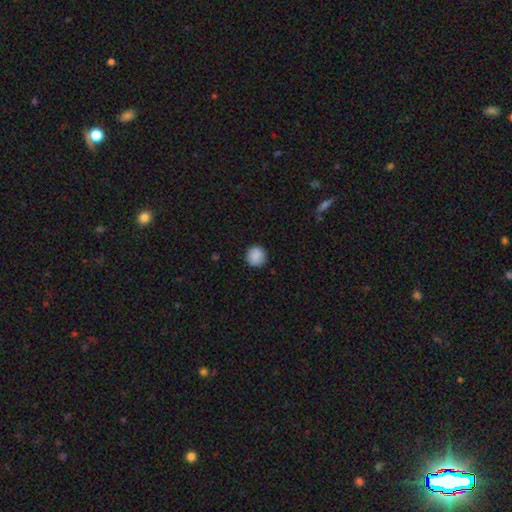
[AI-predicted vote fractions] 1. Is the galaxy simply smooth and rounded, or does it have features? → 88% smooth, 8% star or artifact, 4% featured or disk.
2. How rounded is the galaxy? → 94% round, 5% in between, 1% cigar-shaped.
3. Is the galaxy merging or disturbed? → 90% none, 7% minor disturbance, 2% major disturbance, 1% merger.